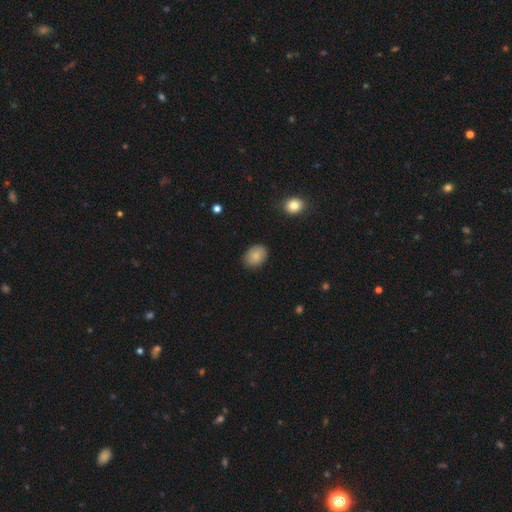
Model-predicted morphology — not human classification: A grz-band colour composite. It shows a smooth galaxy with no disk features (85%) that is in between round and cigar-shaped (68%). Merging: none (87%).